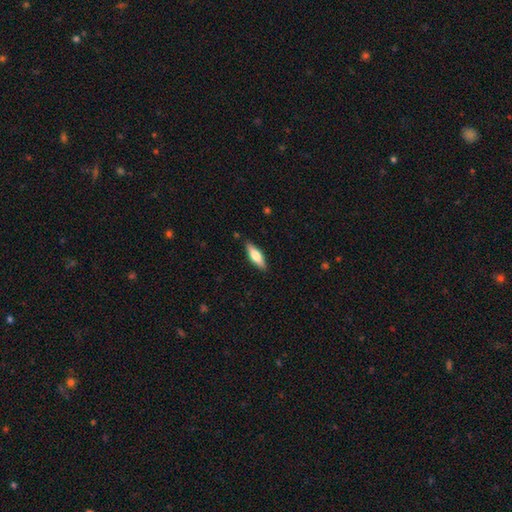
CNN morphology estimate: Q: Smooth or featured?
A: smooth (63%); runner-up: featured or disk (31%)
Q: How rounded?
A: in between (50%); runner-up: cigar-shaped (48%)
Q: Merging?
A: none (86%); runner-up: minor disturbance (10%)